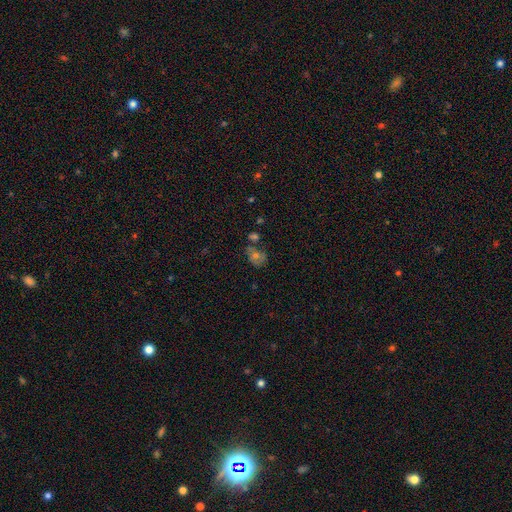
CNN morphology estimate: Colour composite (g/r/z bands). It shows a smooth galaxy with no disk features (43%). Merging: none (50%).